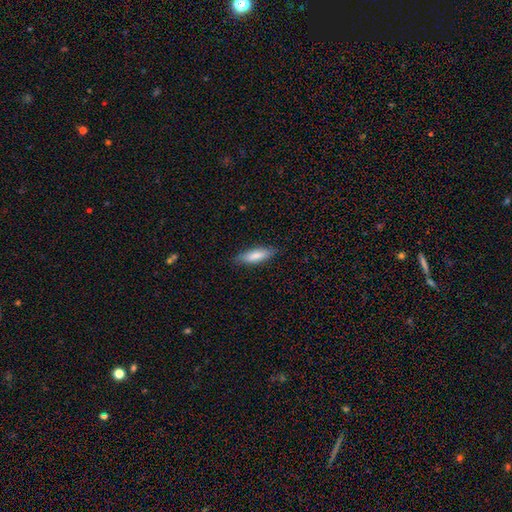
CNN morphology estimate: smooth_or_featured: smooth (p=0.82) [alt: featured or disk p=0.13]
how_rounded: in between (p=0.55) [alt: cigar-shaped p=0.43]
merging: none (p=0.84) [alt: minor disturbance p=0.13]